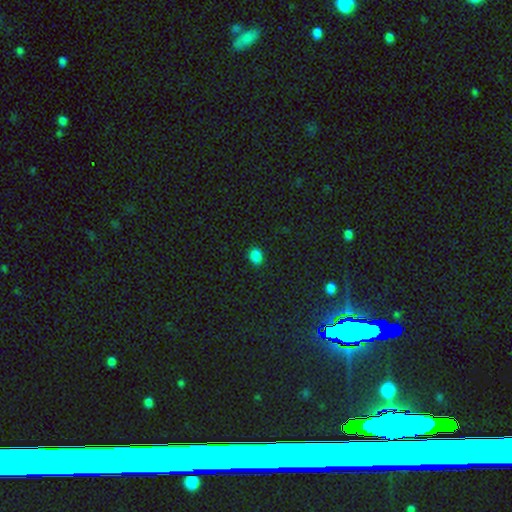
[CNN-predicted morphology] Smooth or featured: smooth — 84% (star or artifact — 14%)
How rounded: in between — 57% (round — 42%)
Merging: none — 86% (minor disturbance — 11%)